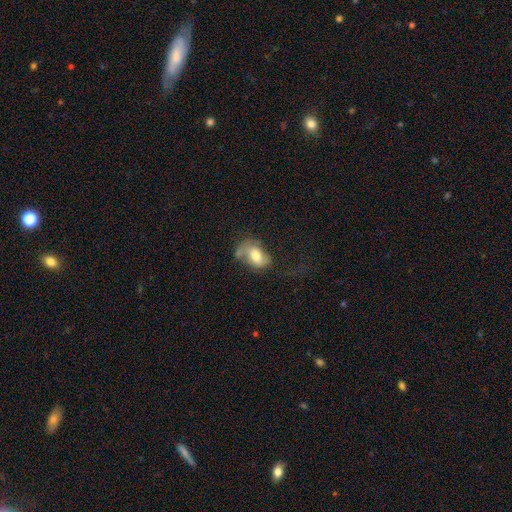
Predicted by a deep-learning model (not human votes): A smooth galaxy with no disk features (62%) that is in between round and cigar-shaped (83%).

Vote fractions:
- Smooth or featured? smooth: 62% / featured or disk: 30% / star or artifact: 8%
- How rounded? in between: 83% / round: 16% / cigar-shaped: 2%
- Merging? none: 32% / major disturbance: 31% / minor disturbance: 29% / merger: 8%